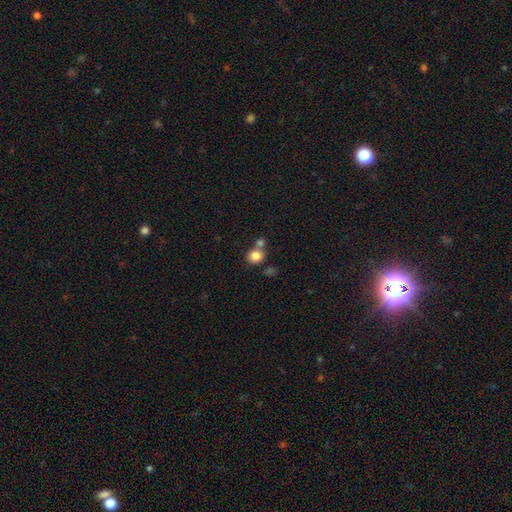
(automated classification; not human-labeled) Morphology: type=smooth (83%); roundness=round (81%); merging=none (58%).